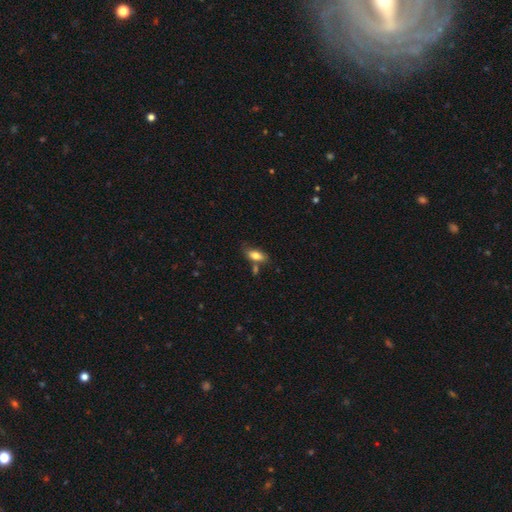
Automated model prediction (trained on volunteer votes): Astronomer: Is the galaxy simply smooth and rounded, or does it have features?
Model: smooth — 78%.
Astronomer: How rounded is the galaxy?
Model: in between — 85%.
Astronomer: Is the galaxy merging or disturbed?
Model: none — 61%.